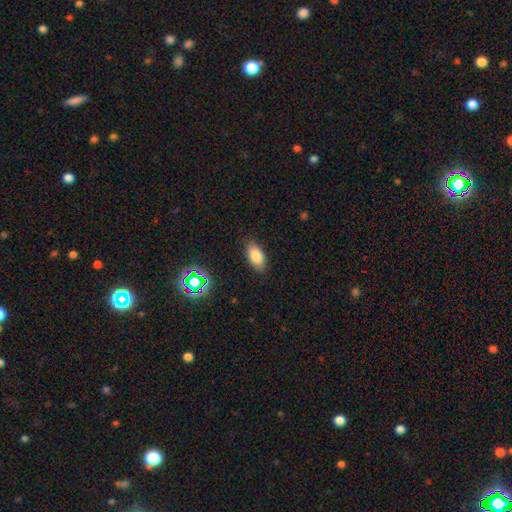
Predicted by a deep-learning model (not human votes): Q: Smooth or featured?
A: smooth (81%); runner-up: star or artifact (10%)
Q: How rounded?
A: in between (91%); runner-up: cigar-shaped (5%)
Q: Merging?
A: none (85%); runner-up: minor disturbance (11%)